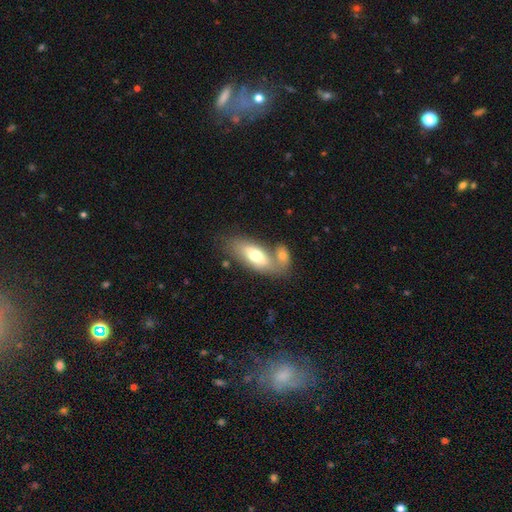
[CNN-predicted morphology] smooth 65%, featured or disk 29%, star or artifact 6%. Down the decision tree: how rounded — in between (81%); merging — merger (41%).